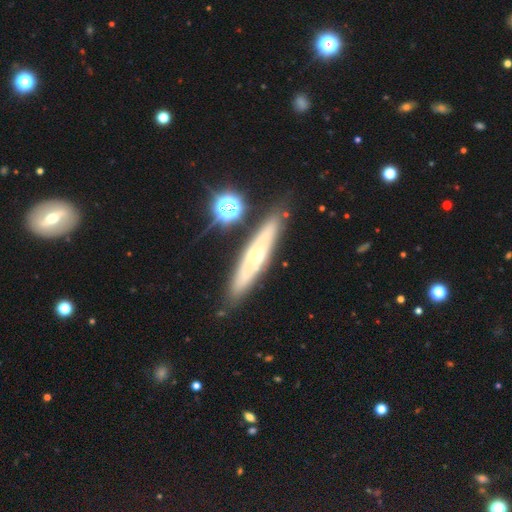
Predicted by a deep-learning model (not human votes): Smooth or featured? Predicted: featured or disk (p=0.64). Edge-on disk? Predicted: yes (p=0.58). Merging? Predicted: none (p=0.81).